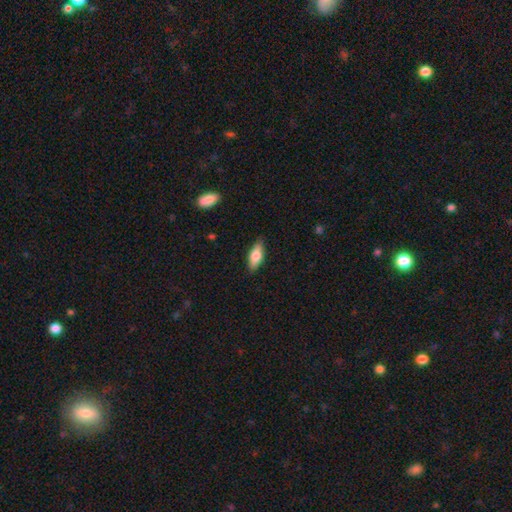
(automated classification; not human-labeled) smooth_or_featured: smooth (p=0.71) [alt: featured or disk p=0.22]
how_rounded: in between (p=0.72) [alt: cigar-shaped p=0.25]
merging: none (p=0.86) [alt: minor disturbance p=0.11]